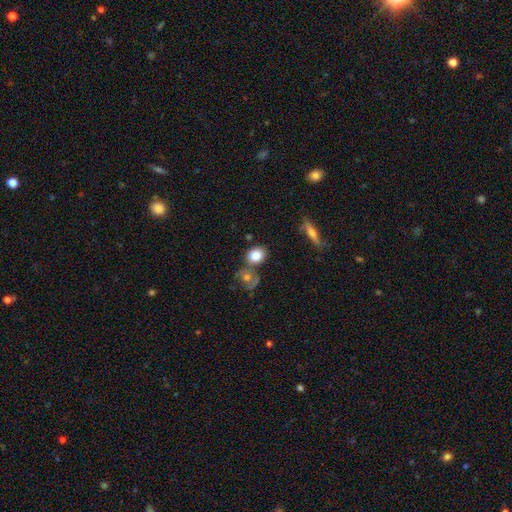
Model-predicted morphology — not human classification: type=smooth (81%); roundness=round (52%); merging=none (63%).